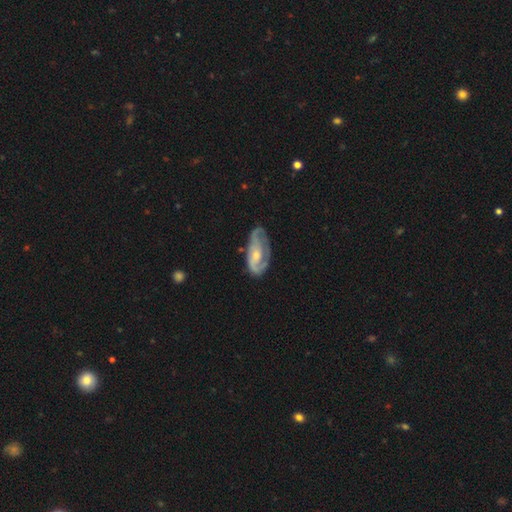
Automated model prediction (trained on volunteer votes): This is likely a featured or disk galaxy (72%). It is clearly not viewed edge-on (94%). Bar: likely no (64%). Spiral arm pattern: clearly yes (83%). Spiral arm count: possibly 2 (48%). Spiral winding: marginally tight (40%). Central bulge: possibly moderate (45%, tied with small). Merging: possibly none (53%).